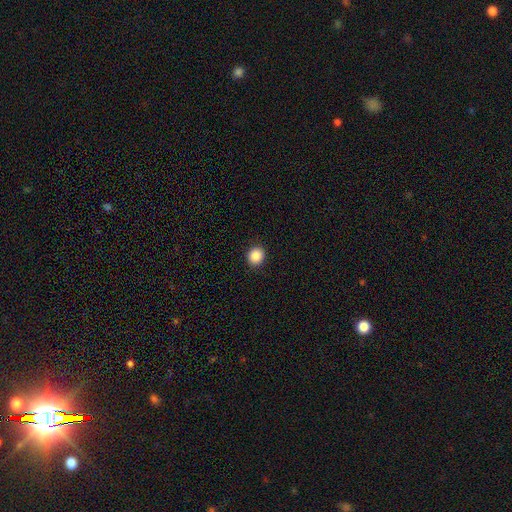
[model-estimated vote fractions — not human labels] Smooth or featured: smooth — 88% (star or artifact — 9%)
How rounded: round — 80% (in between — 19%)
Merging: none — 91% (minor disturbance — 6%)